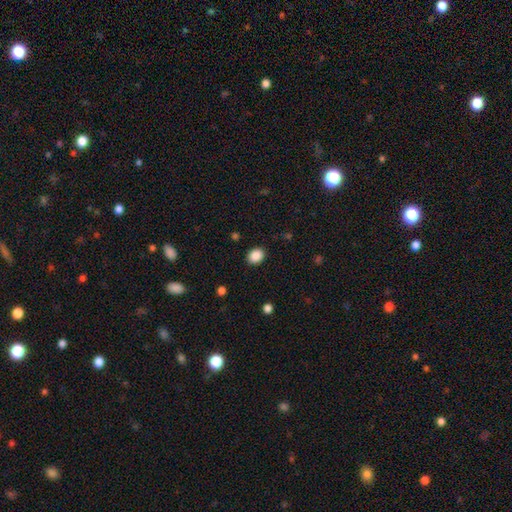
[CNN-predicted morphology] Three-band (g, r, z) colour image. It shows a smooth galaxy with no disk features (88%) that is in between round and cigar-shaped (55%). Merging: none (89%).